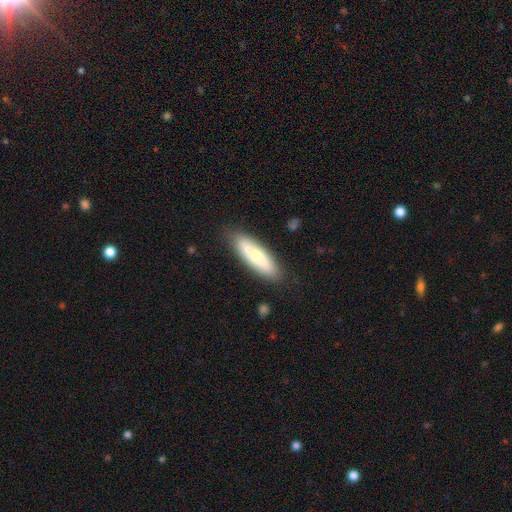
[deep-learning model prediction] Smooth or featured: smooth — 59% (featured or disk — 35%)
How rounded: cigar-shaped — 56% (in between — 42%)
Merging: none — 83% (minor disturbance — 12%)